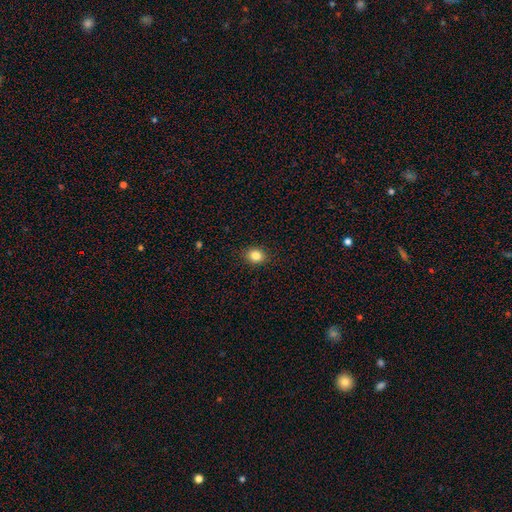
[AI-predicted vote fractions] Overall: smooth (84%). How rounded: round (59%; in between 40%). Merging: none (90%).